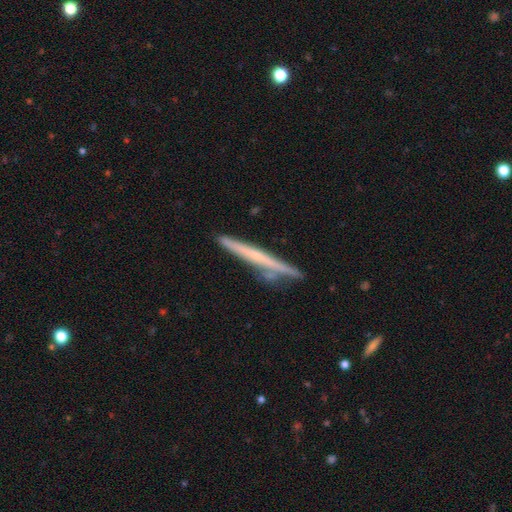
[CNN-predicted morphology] A featured or disk galaxy (58%) viewed edge-on (97%) with no central bulge (70%).

Vote fractions:
- Smooth or featured? featured or disk: 58% / smooth: 36% / star or artifact: 6%
- Edge-on disk? yes: 97% / no: 3%
- Edge-on bulge? none: 70% / rounded: 24% / boxy: 6%
- Merging? none: 80% / minor disturbance: 12% / merger: 6% / major disturbance: 2%